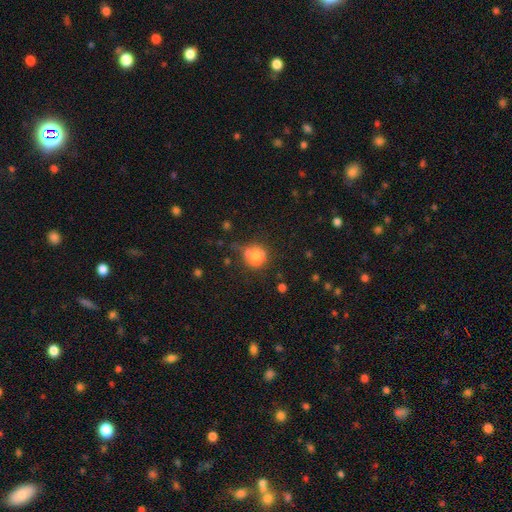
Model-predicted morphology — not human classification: Overall: smooth (65%). How rounded: round (82%). Merging: none (43%; merger 28%).